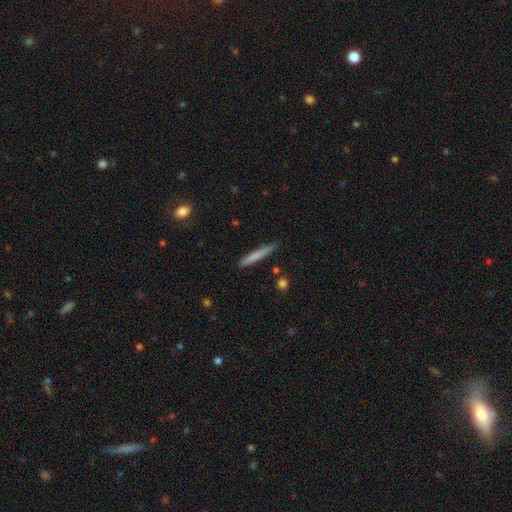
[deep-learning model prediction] The model was most divided on "smooth or featured": smooth: 70%, featured or disk: 24%, star or artifact: 6%. More confident: how rounded — cigar-shaped (96%); merging — none (85%).